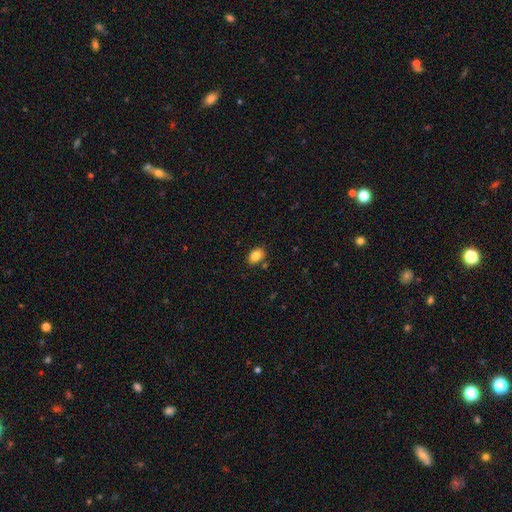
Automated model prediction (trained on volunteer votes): A smooth galaxy with no disk features (85%) that is in between round and cigar-shaped (80%). Merging: none (81%).